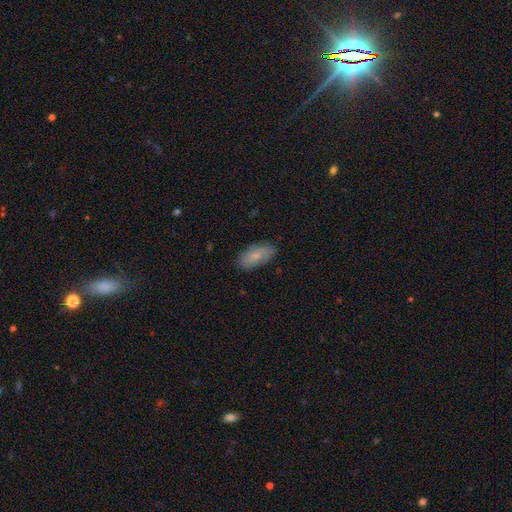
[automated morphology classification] Q: Smooth or featured?
A: smooth (74%); runner-up: featured or disk (19%)
Q: How rounded?
A: in between (91%); runner-up: cigar-shaped (7%)
Q: Merging?
A: none (80%); runner-up: minor disturbance (16%)